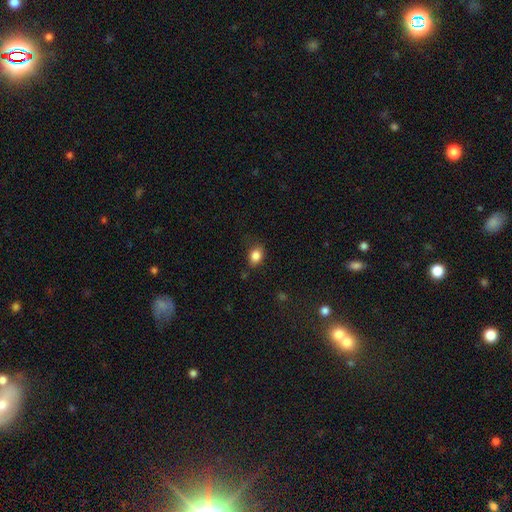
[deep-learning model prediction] smooth 85%, star or artifact 10%, featured or disk 6%. Down the decision tree: how rounded — in between (69%); merging — none (71%).